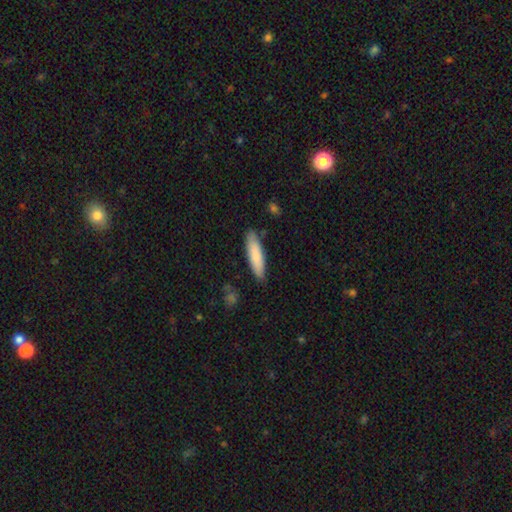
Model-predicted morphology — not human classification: smooth 84%, featured or disk 10%, star or artifact 5%. Down the decision tree: how rounded — cigar-shaped (67%); merging — none (85%).